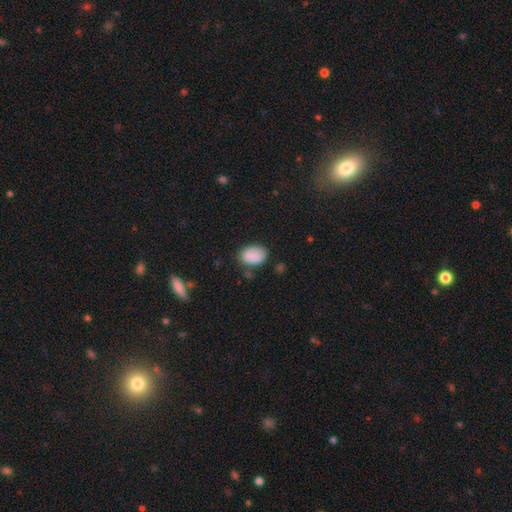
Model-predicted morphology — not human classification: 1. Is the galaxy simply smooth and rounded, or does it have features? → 86% smooth, 8% star or artifact, 6% featured or disk.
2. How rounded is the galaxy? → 85% in between, 14% round, 1% cigar-shaped.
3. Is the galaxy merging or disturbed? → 68% none, 22% minor disturbance, 6% major disturbance, 4% merger.